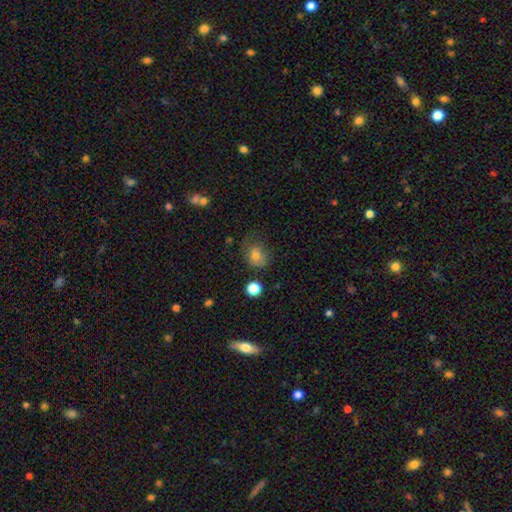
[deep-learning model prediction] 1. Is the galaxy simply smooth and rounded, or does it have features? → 72% smooth, 15% featured or disk, 12% star or artifact.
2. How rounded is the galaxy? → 63% round, 36% in between, 1% cigar-shaped.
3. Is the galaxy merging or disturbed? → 51% none, 28% minor disturbance, 17% major disturbance, 4% merger.